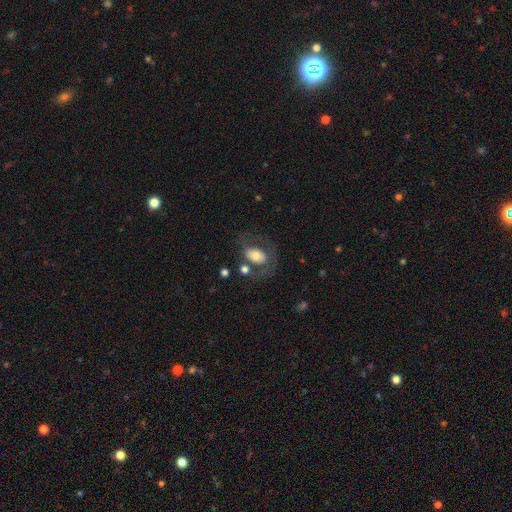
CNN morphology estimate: Q: Smooth or featured?
A: smooth (55%); runner-up: featured or disk (37%)
Q: How rounded?
A: in between (78%); runner-up: round (21%)
Q: Merging?
A: none (50%); runner-up: major disturbance (22%)